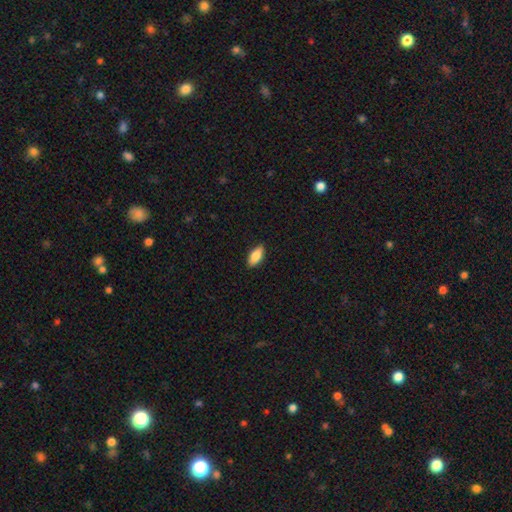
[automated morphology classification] Smooth or featured?
  - smooth: 84% *
  - featured or disk: 9%
  - star or artifact: 6%
How rounded?
  - in between: 88% *
  - cigar-shaped: 9%
  - round: 3%
Merging?
  - none: 89% *
  - minor disturbance: 8%
  - major disturbance: 2%
  - merger: 1%